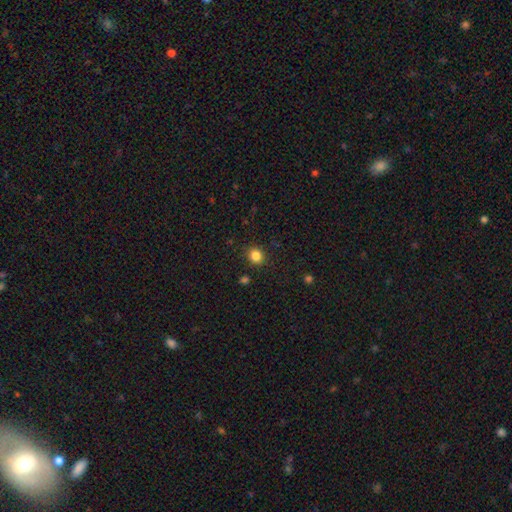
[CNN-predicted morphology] Overall: smooth (85%). How rounded: round (78%). Merging: none (89%).